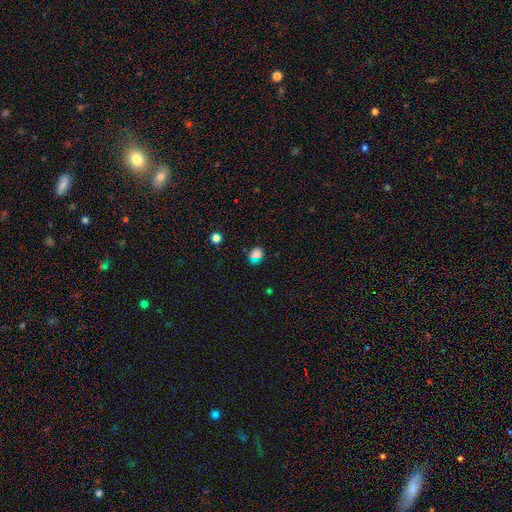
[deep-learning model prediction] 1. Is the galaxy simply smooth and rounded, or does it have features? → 70% smooth, 24% star or artifact, 7% featured or disk.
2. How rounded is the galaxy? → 70% round, 29% in between, 2% cigar-shaped.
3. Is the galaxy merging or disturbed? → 79% none, 14% minor disturbance, 4% major disturbance, 3% merger.